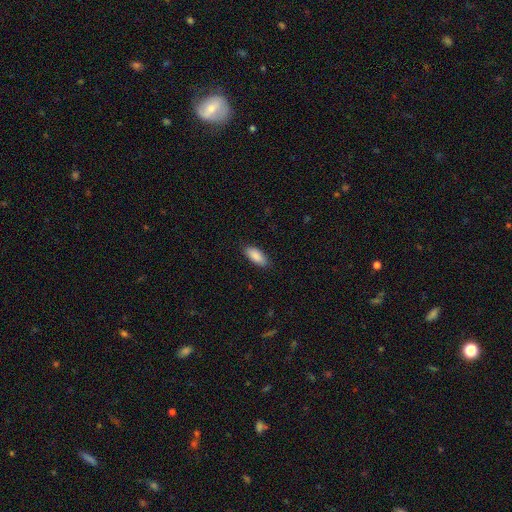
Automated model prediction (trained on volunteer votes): smooth_or_featured: smooth (p=0.90) [alt: star or artifact p=0.06]
how_rounded: in between (p=0.83) [alt: cigar-shaped p=0.15]
merging: none (p=0.86) [alt: minor disturbance p=0.11]